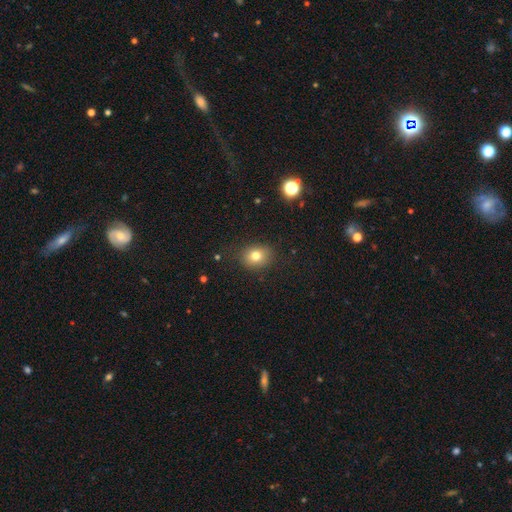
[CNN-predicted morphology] Smooth or featured? Predicted: smooth (p=0.77). How rounded? Predicted: round (p=0.54). Merging? Predicted: none (p=0.84).